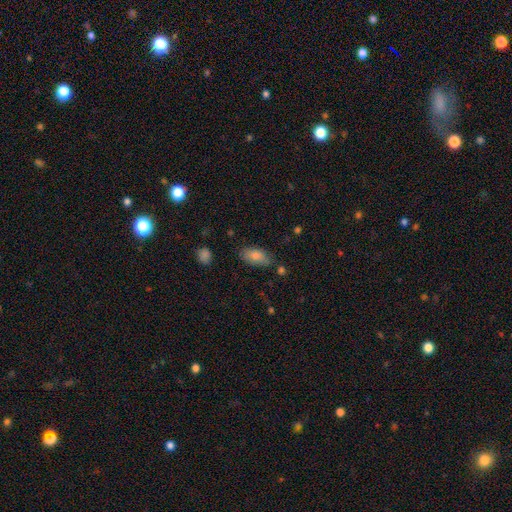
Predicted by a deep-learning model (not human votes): smooth_or_featured: smooth (p=0.81) [alt: featured or disk p=0.11]
how_rounded: in between (p=0.92) [alt: cigar-shaped p=0.05]
merging: none (p=0.75) [alt: minor disturbance p=0.18]